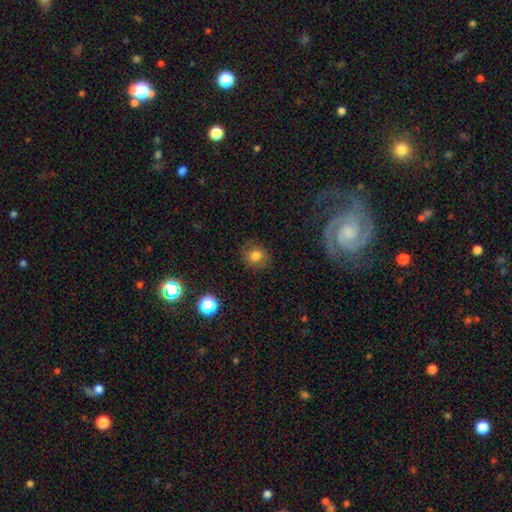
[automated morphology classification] This is likely a smooth galaxy (73%). How rounded: likely round (79%). Merging: clearly none (82%).